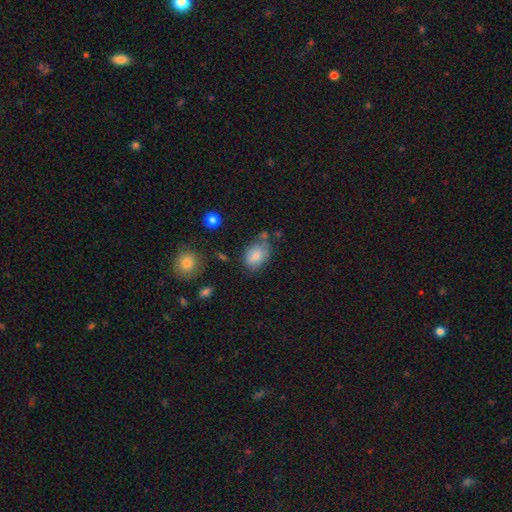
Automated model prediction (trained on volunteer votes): This is clearly a smooth galaxy (81%). How rounded: likely in between (79%). Merging: possibly none (59%).